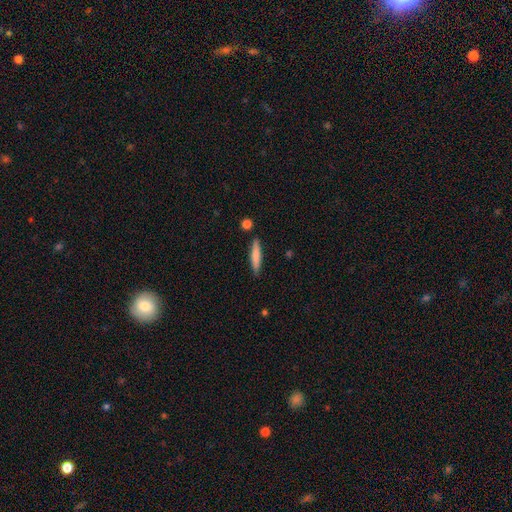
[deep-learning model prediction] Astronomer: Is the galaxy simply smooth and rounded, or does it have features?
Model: smooth — 74%.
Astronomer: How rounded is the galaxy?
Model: cigar-shaped — 89%.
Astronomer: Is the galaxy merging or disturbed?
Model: none — 86%.